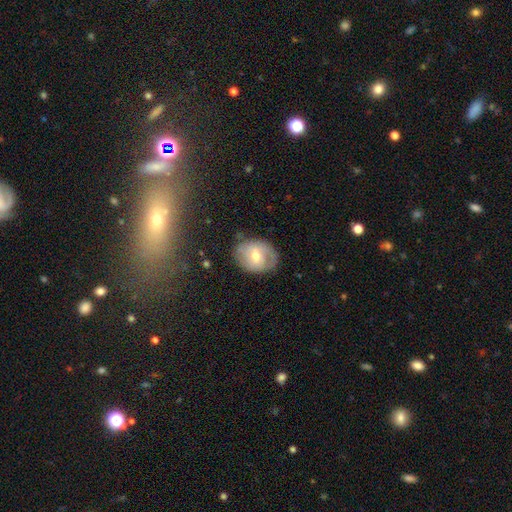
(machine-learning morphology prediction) Overall: featured or disk (56%; smooth 37%). Edge-on disk: no (95%). Bar: no (46%; weak 42%). Spiral arms: yes (68%; no 32%). Bulge size: moderate (68%). Merging: none (70%).